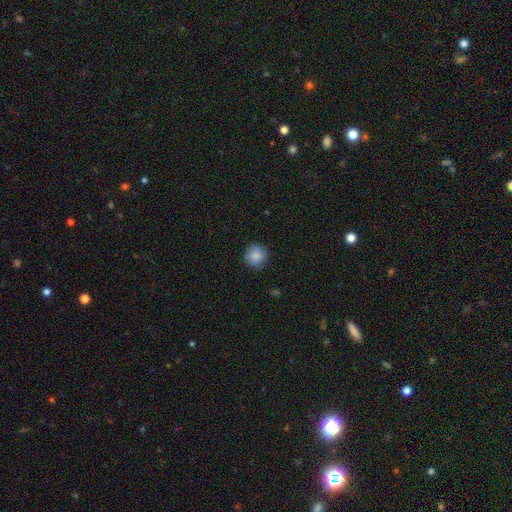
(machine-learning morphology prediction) The model was most divided on "merging": none: 86%, minor disturbance: 11%, major disturbance: 2%, merger: 1%. More confident: how rounded — round (92%); smooth or featured — smooth (85%).